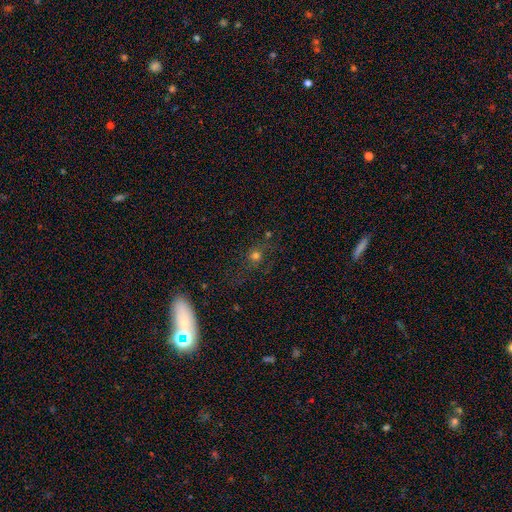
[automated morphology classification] Smooth or featured? smooth (53%)
How rounded? round (81%)
Merging? none (67%)